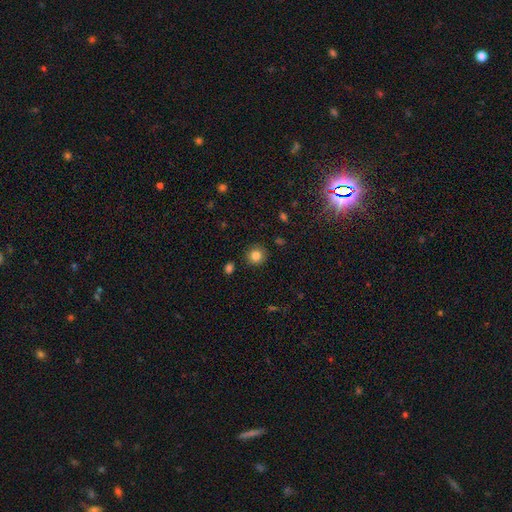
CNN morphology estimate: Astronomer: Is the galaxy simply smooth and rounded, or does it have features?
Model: smooth — 83%.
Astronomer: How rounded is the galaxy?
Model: round — 92%.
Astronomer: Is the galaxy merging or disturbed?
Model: none — 90%.